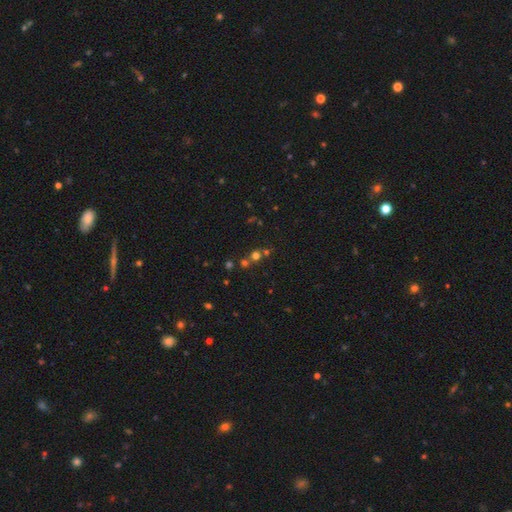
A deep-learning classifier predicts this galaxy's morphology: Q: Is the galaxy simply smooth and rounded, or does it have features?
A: smooth — 51%.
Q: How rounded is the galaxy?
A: round — 88%.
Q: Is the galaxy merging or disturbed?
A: none — 61%.